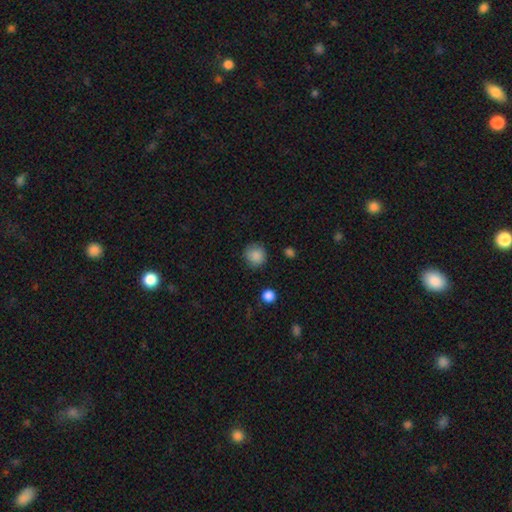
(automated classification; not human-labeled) Smooth or featured: smooth — 87% (star or artifact — 10%)
How rounded: round — 92% (in between — 7%)
Merging: none — 85% (minor disturbance — 11%)